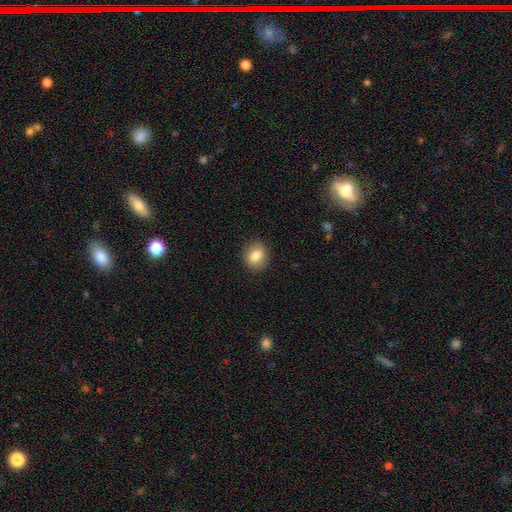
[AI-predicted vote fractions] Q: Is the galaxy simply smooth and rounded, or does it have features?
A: smooth — 82%.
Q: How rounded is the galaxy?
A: round — 63%.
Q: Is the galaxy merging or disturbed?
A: none — 89%.